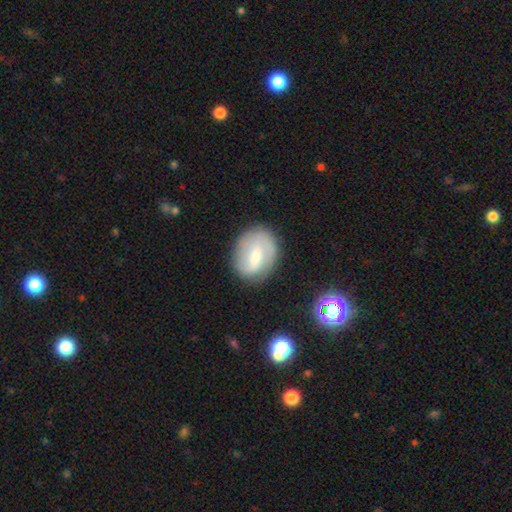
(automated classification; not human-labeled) smooth_or_featured: featured or disk (p=0.55) [alt: smooth p=0.38]
disk_edge_on: no (p=0.96) [alt: yes p=0.04]
bar: weak (p=0.51) [alt: strong p=0.29]
has_spiral_arms: yes (p=0.72) [alt: no p=0.28]
bulge_size: moderate (p=0.45) [alt: small p=0.42]
merging: none (p=0.74) [alt: minor disturbance p=0.17]